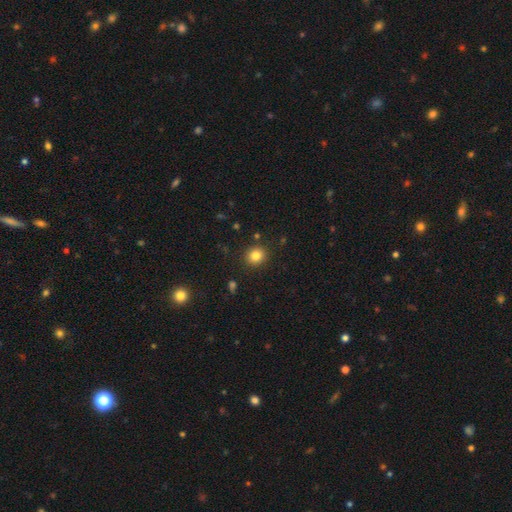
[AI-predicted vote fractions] Smooth or featured?
  - smooth: 83% *
  - star or artifact: 12%
  - featured or disk: 6%
How rounded?
  - round: 84% *
  - in between: 16%
  - cigar-shaped: 1%
Merging?
  - none: 90% *
  - minor disturbance: 6%
  - major disturbance: 2%
  - merger: 2%